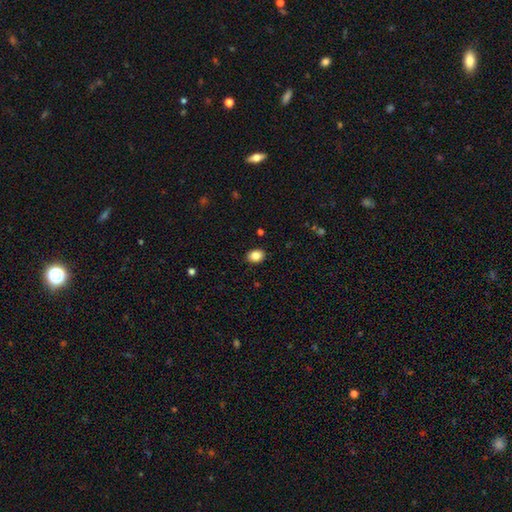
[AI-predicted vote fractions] A smooth galaxy with no disk features (85%) that is in between round and cigar-shaped (63%). Merging: none (89%).